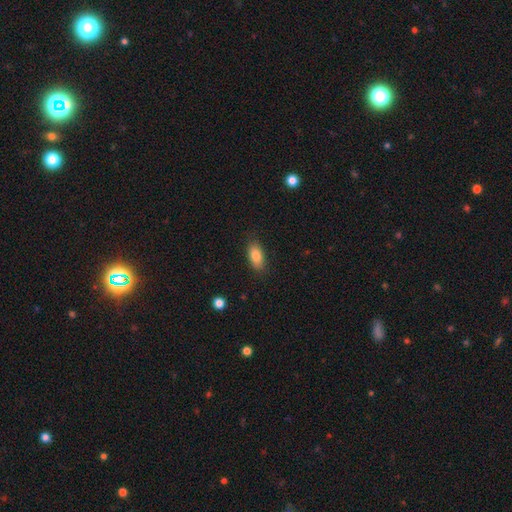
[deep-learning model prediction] A smooth galaxy with no disk features (84%) that is in between round and cigar-shaped (89%). Merging: none (83%).